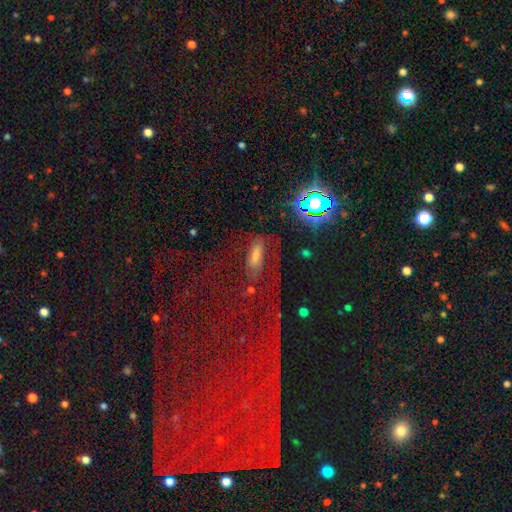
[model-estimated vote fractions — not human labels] featured or disk 33% (tied), smooth 33% (tied), star or artifact 33% (tied). Down the decision tree: merging — none (51%).